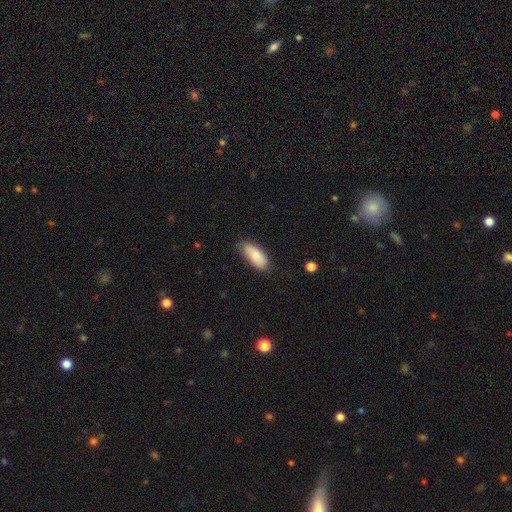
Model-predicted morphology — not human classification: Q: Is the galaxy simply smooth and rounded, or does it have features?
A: smooth — 86%.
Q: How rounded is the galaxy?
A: in between — 85%.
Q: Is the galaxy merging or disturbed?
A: none — 75%.